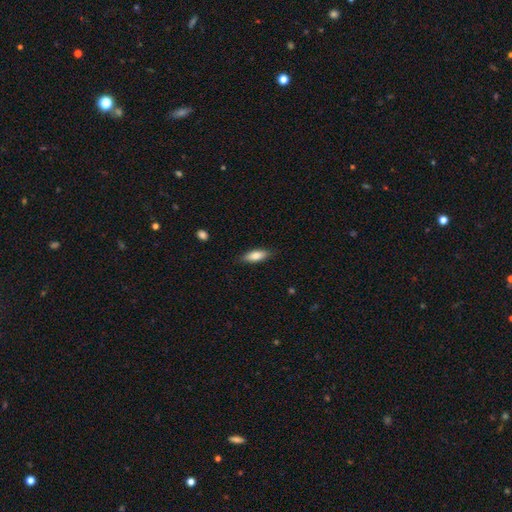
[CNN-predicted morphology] This appears to be a smooth galaxy with no disk features (81%) that is in between round and cigar-shaped (64%). Merging: none (84%).